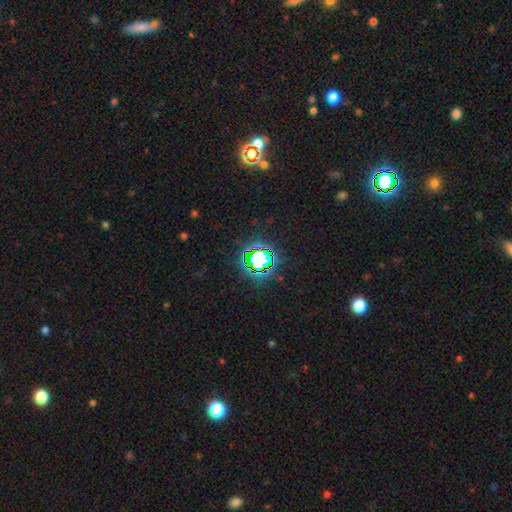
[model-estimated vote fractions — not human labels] A star or artifact, not a galaxy (81%).